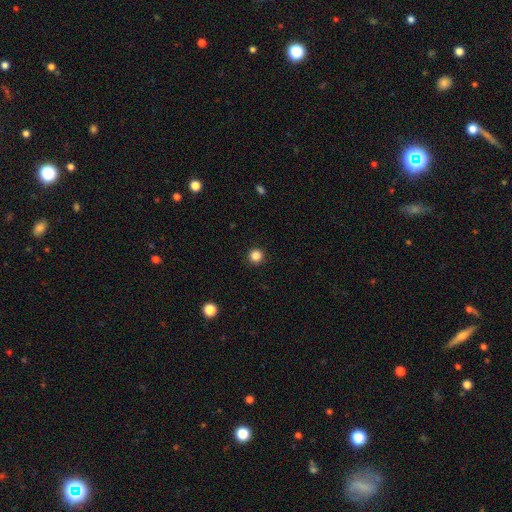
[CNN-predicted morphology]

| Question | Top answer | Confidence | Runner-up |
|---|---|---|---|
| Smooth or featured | smooth | 85% | star or artifact (12%) |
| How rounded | round | 96% | in between (3%) |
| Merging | none | 93% | minor disturbance (4%) |